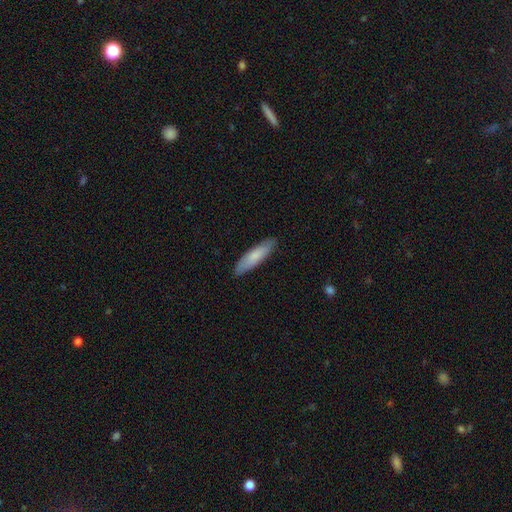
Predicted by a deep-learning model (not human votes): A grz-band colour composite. It shows a smooth galaxy with no disk features (80%) that is cigar-shaped (72%). Merging: none (88%).